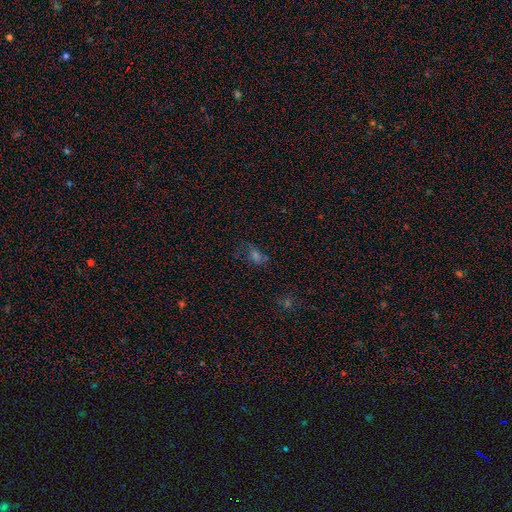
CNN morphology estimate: Overall: smooth (43%; star or artifact 39%). Merging: none (53%; minor disturbance 21%).